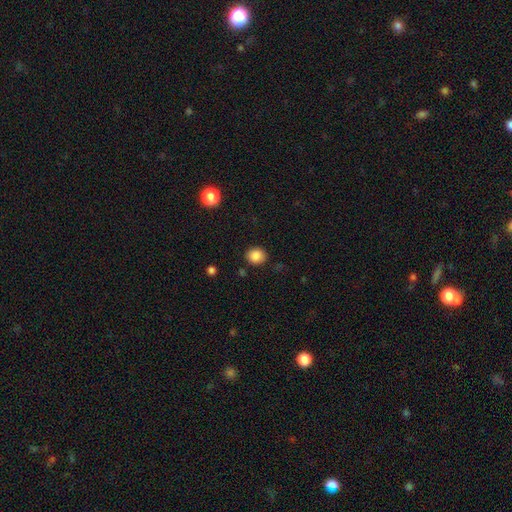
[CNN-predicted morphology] A smooth galaxy with no disk features (86%) that is round (76%).

Vote fractions:
- Smooth or featured? smooth: 86% / star or artifact: 10% / featured or disk: 4%
- How rounded? round: 76% / in between: 23% / cigar-shaped: 1%
- Merging? none: 86% / minor disturbance: 9% / major disturbance: 3% / merger: 2%